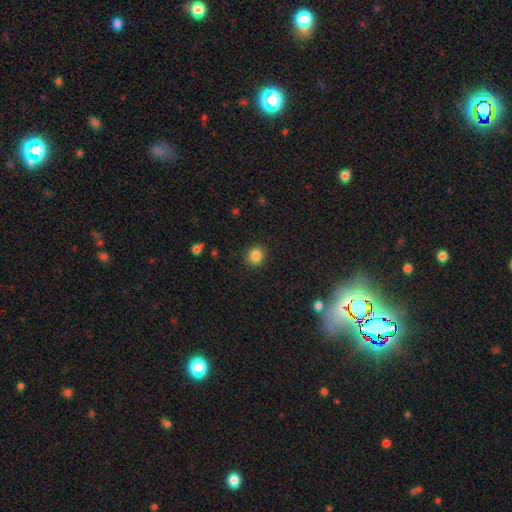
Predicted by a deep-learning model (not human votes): This is clearly a smooth galaxy (85%). How rounded: clearly round (81%). Merging: clearly none (89%).